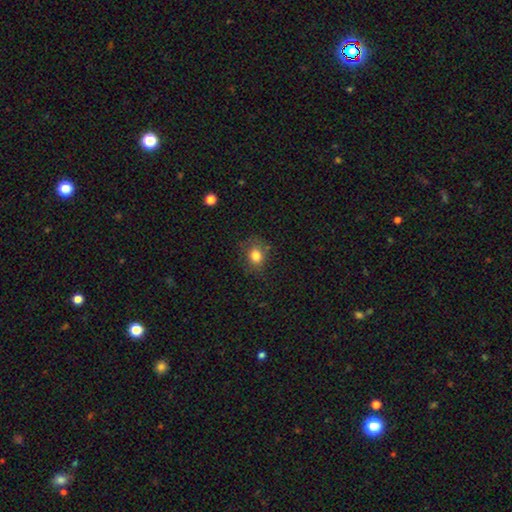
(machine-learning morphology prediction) smooth-or-featured: smooth: 81% | star or artifact: 11% | featured or disk: 9%
  how-rounded: round: 55% | in between: 44% | cigar-shaped: 1%
  merging: none: 72% | minor disturbance: 19% | major disturbance: 7% | merger: 2%